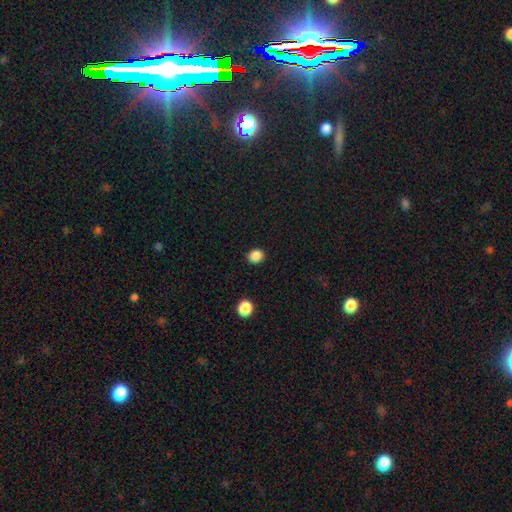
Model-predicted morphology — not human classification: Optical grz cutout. It shows a smooth galaxy with no disk features (87%) that is round (69%). Merging: none (90%).